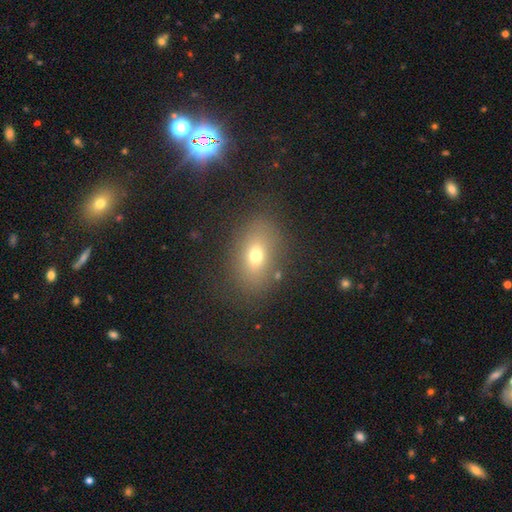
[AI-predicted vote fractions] A smooth galaxy with no disk features (67%) that is in between round and cigar-shaped (77%).

Vote fractions:
- Smooth or featured? smooth: 67% / featured or disk: 19% / star or artifact: 15%
- How rounded? in between: 77% / round: 21% / cigar-shaped: 2%
- Merging? none: 78% / minor disturbance: 13% / major disturbance: 7% / merger: 2%